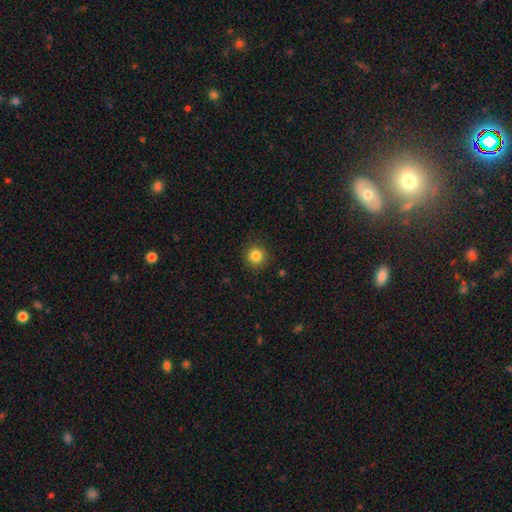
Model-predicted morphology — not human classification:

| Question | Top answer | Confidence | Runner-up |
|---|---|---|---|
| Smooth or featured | smooth | 83% | star or artifact (12%) |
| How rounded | round | 94% | in between (5%) |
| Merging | none | 90% | minor disturbance (7%) |